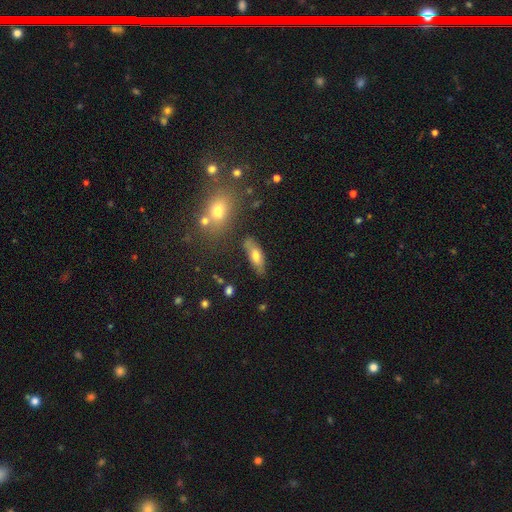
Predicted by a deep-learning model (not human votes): Morphology: type=smooth (65%); roundness=in between (70%); merging=none (69%).